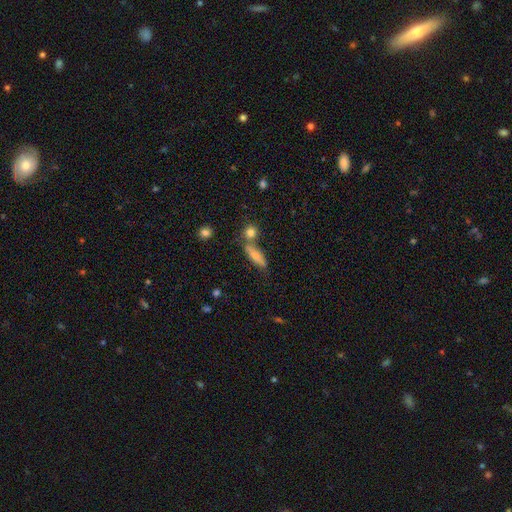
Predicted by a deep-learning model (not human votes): A smooth galaxy with no disk features (69%) that is cigar-shaped (59%). Merging: none (63%).